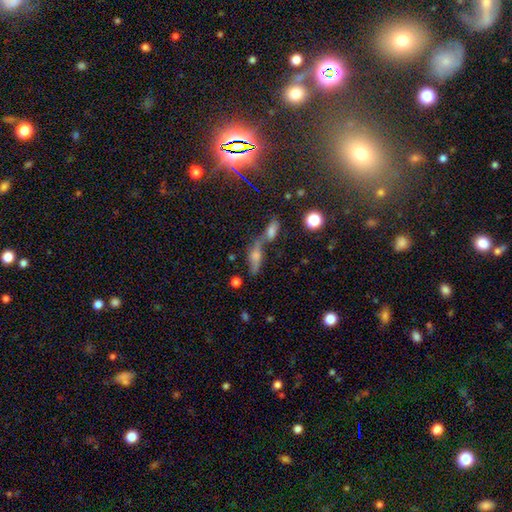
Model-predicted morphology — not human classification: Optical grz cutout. It shows a smooth galaxy with no disk features (38%). Merging: merger (47%).